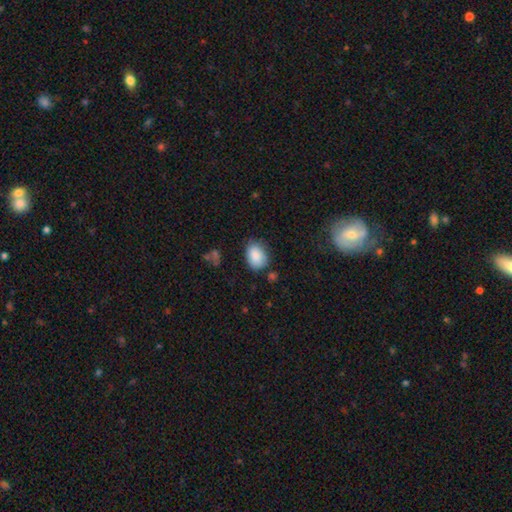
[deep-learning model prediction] smooth-or-featured: smooth: 87% | star or artifact: 7% | featured or disk: 6%
  how-rounded: in between: 76% | round: 23% | cigar-shaped: 1%
  merging: none: 69% | minor disturbance: 23% | major disturbance: 5% | merger: 3%